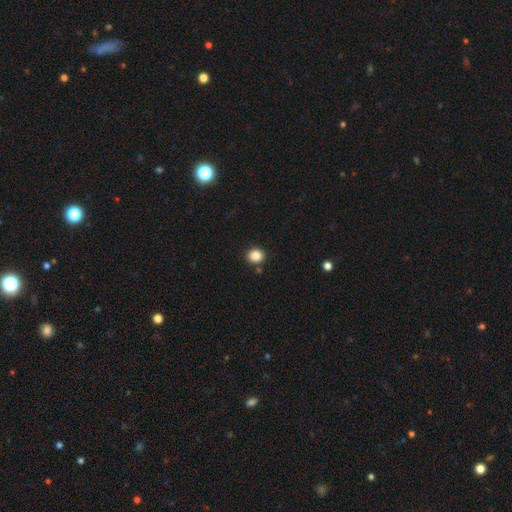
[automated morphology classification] Smooth or featured? smooth (87%)
How rounded? round (72%)
Merging? none (85%)